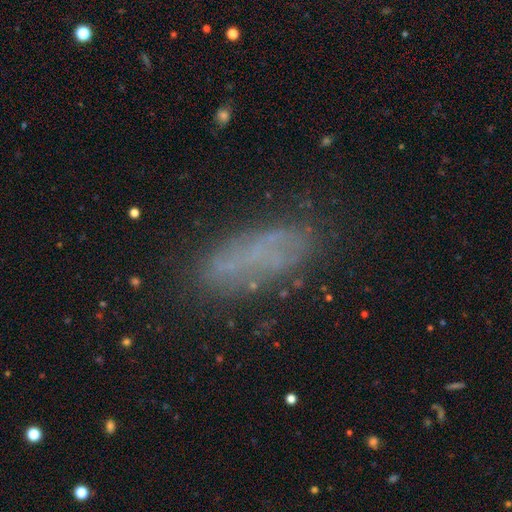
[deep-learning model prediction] Morphology: type=smooth (46%); merging=none (65%).